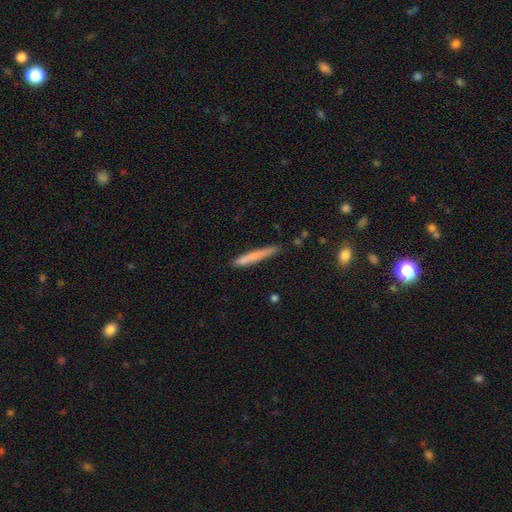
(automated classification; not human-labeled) smooth 73%, featured or disk 21%, star or artifact 6%. Down the decision tree: how rounded — cigar-shaped (95%); merging — none (80%).